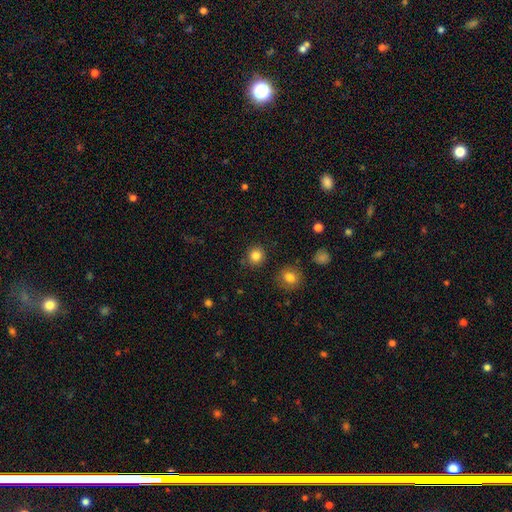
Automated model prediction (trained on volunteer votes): smooth-or-featured: smooth: 84% | star or artifact: 11% | featured or disk: 5%
  how-rounded: round: 91% | in between: 8% | cigar-shaped: 1%
  merging: none: 87% | minor disturbance: 8% | merger: 3% | major disturbance: 2%